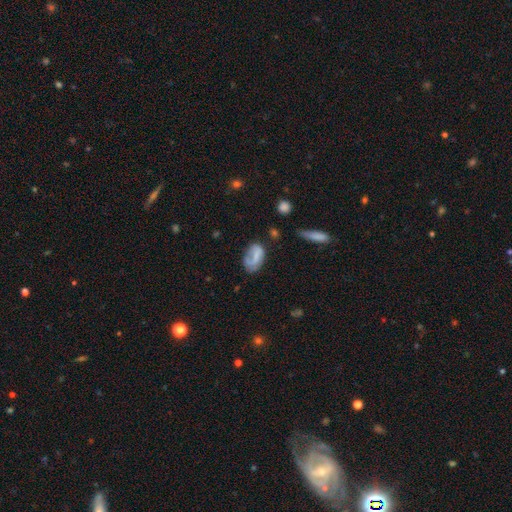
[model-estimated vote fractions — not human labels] The model was most divided on "merging": none: 46%, minor disturbance: 29%, major disturbance: 20%, merger: 4%. More confident: how rounded — in between (90%); smooth or featured — smooth (60%).